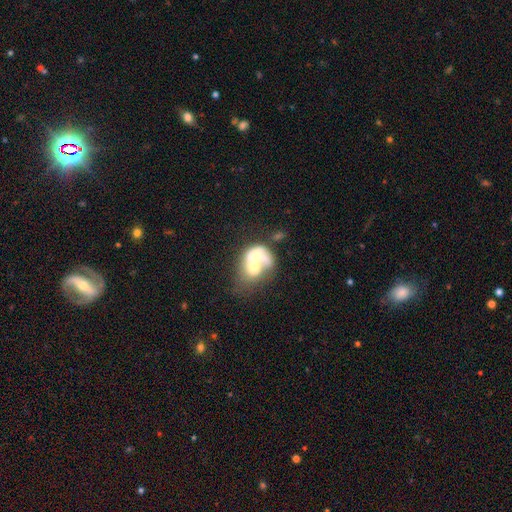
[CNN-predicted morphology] Q: Smooth or featured?
A: smooth (46%); tied with: featured or disk (46%)
Q: Merging?
A: merger (73%); runner-up: major disturbance (10%)